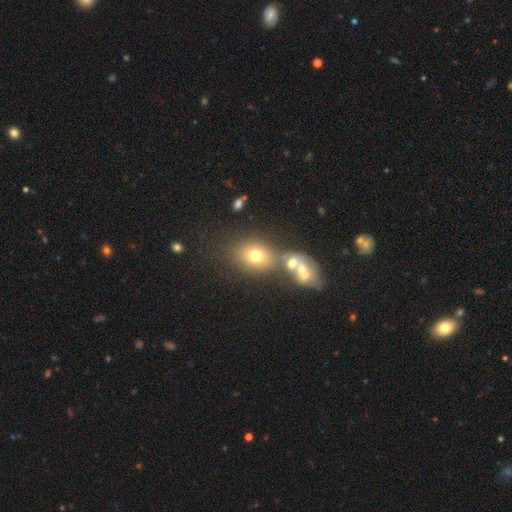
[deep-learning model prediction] Smooth or featured? smooth (69%)
How rounded? in between (51%)
Merging? none (55%)